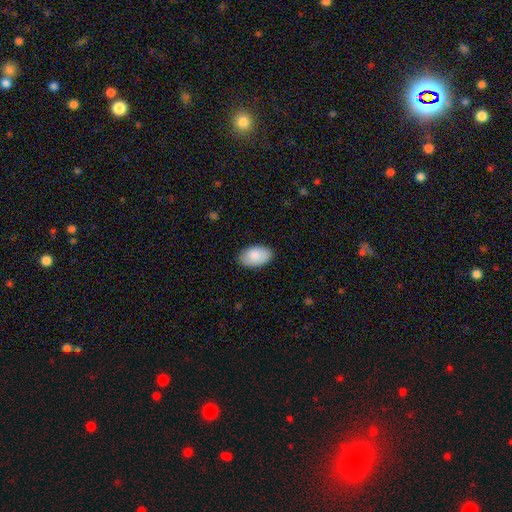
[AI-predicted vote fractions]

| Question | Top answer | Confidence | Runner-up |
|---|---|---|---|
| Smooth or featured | smooth | 86% | featured or disk (8%) |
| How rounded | in between | 94% | round (5%) |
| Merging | none | 85% | minor disturbance (11%) |